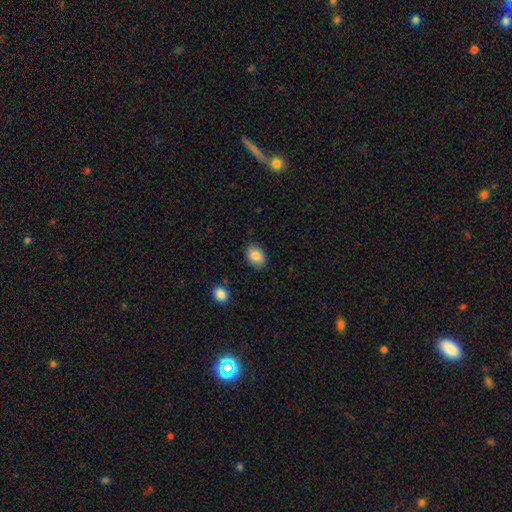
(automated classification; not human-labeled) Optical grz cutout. It shows a smooth galaxy with no disk features (87%) that is in between round and cigar-shaped (81%). Merging: none (84%).